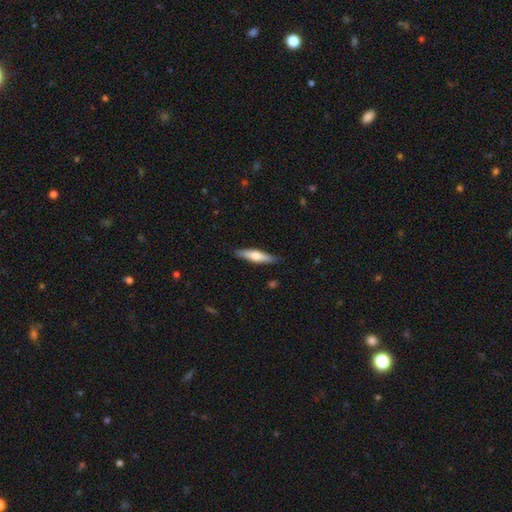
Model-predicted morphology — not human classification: Smooth or featured?
  - smooth: 57% *
  - featured or disk: 38%
  - star or artifact: 5%
How rounded?
  - cigar-shaped: 78% *
  - in between: 20%
  - round: 2%
Merging?
  - none: 87% *
  - minor disturbance: 10%
  - major disturbance: 2%
  - merger: 1%